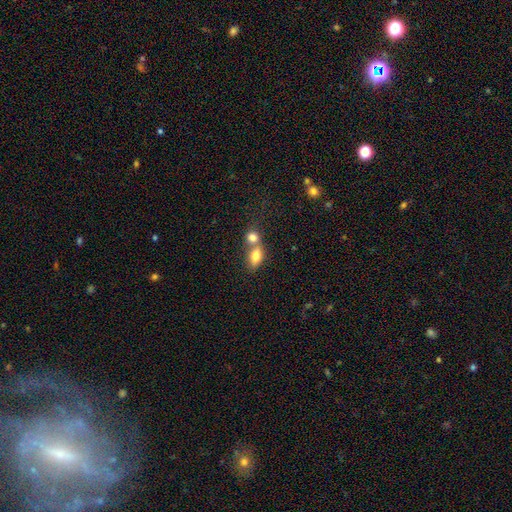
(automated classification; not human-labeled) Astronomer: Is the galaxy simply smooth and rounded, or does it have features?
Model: smooth — 79%.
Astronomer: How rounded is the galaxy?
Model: in between — 78%.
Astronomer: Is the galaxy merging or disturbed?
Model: merger — 61%.